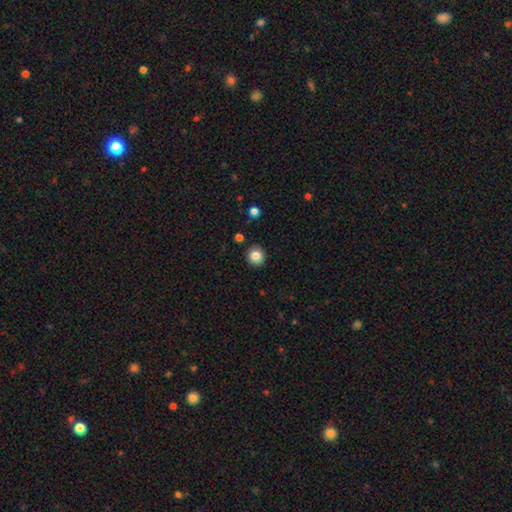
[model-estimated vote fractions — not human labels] smooth_or_featured: smooth (p=0.83) [alt: star or artifact p=0.10]
how_rounded: round (p=0.90) [alt: in between p=0.09]
merging: none (p=0.91) [alt: minor disturbance p=0.06]